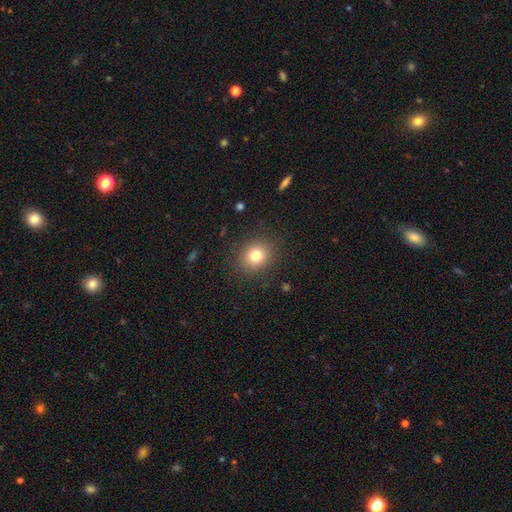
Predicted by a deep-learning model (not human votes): Smooth or featured? Predicted: smooth (p=0.80). How rounded? Predicted: round (p=0.72). Merging? Predicted: none (p=0.88).